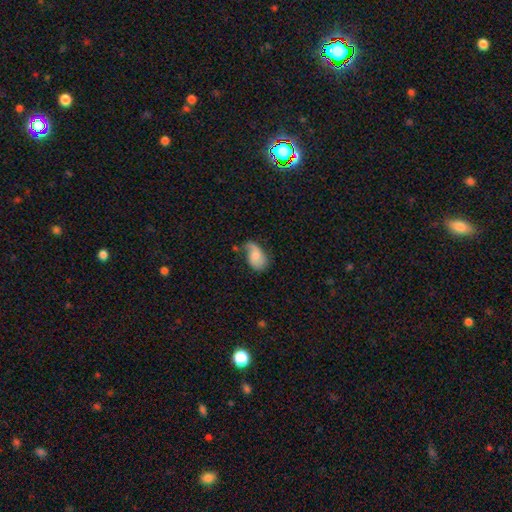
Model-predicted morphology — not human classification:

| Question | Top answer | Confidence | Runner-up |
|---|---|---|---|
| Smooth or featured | smooth | 57% | featured or disk (35%) |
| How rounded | in between | 89% | round (9%) |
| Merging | minor disturbance | 36% | none (35%) |